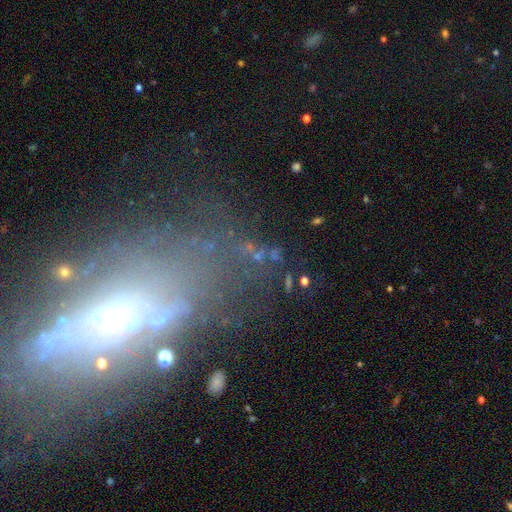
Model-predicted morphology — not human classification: A featured or disk galaxy (56%).

Vote fractions:
- Smooth or featured? featured or disk: 56% / star or artifact: 22% / smooth: 21%
- Edge-on disk? no: 76% / yes: 24%
- Merging? none: 52% / major disturbance: 23% / minor disturbance: 20% / merger: 5%